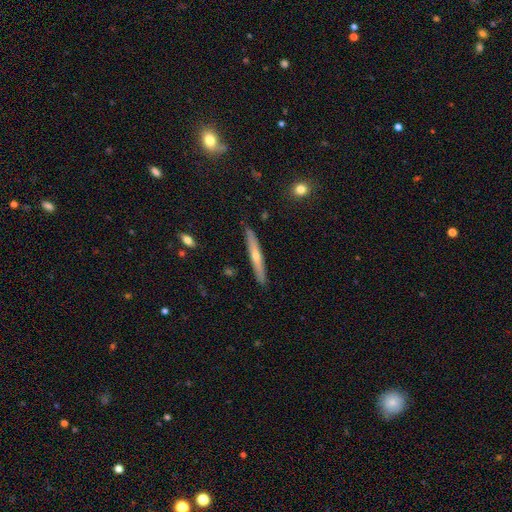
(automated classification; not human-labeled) This is possibly a featured or disk galaxy (55%). It is clearly viewed edge-on (94%). Edge-on bulge: likely rounded (71%). Merging: clearly none (89%).